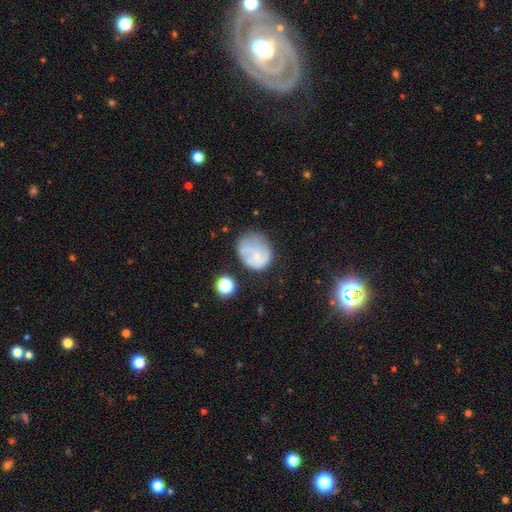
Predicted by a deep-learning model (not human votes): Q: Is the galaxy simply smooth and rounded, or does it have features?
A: smooth — 55%.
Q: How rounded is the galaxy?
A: round — 65%.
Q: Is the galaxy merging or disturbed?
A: none — 45%.